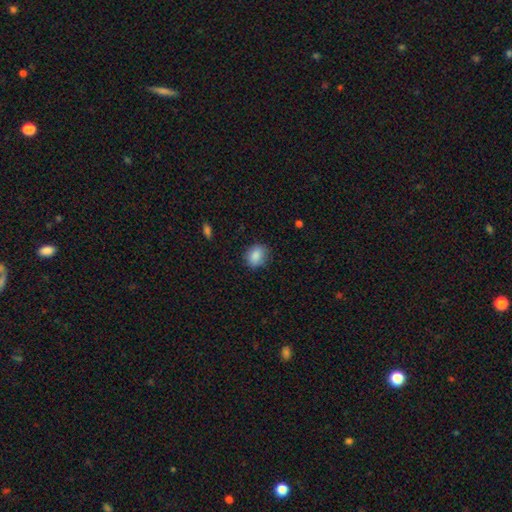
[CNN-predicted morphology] Smooth or featured? smooth (87%)
How rounded? round (52%)
Merging? none (80%)